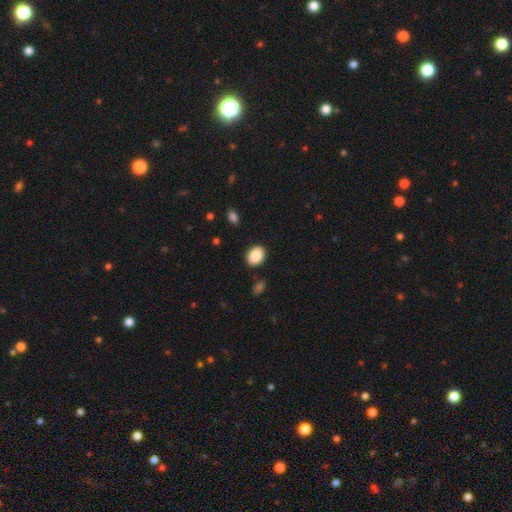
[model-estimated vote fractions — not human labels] A smooth galaxy with no disk features (89%) that is in between round and cigar-shaped (70%). Merging: none (88%).